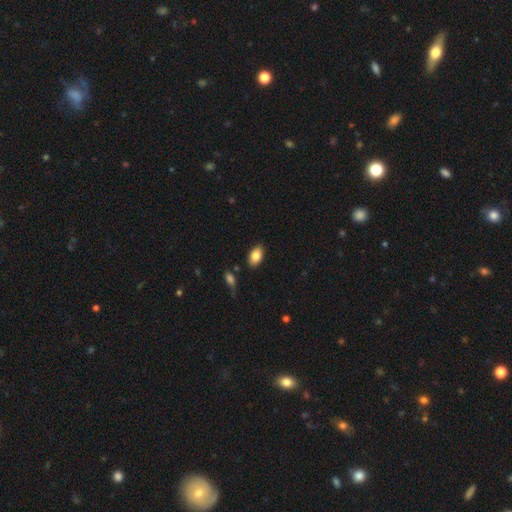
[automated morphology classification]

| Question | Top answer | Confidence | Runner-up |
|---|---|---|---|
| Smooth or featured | smooth | 85% | featured or disk (8%) |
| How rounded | in between | 91% | round (8%) |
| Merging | none | 86% | minor disturbance (9%) |